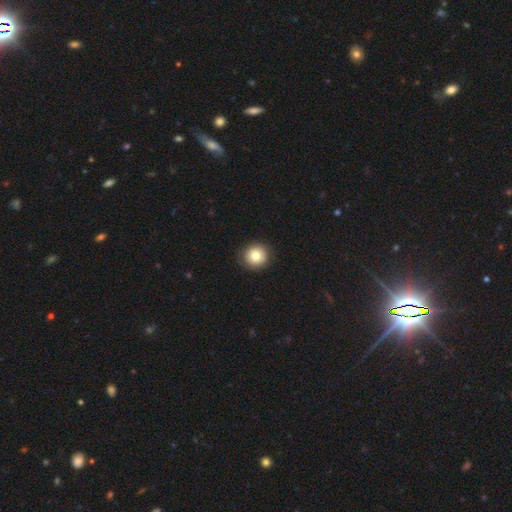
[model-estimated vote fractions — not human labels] Q: Smooth or featured?
A: smooth (77%); runner-up: featured or disk (13%)
Q: How rounded?
A: round (93%); runner-up: in between (6%)
Q: Merging?
A: none (86%); runner-up: minor disturbance (10%)